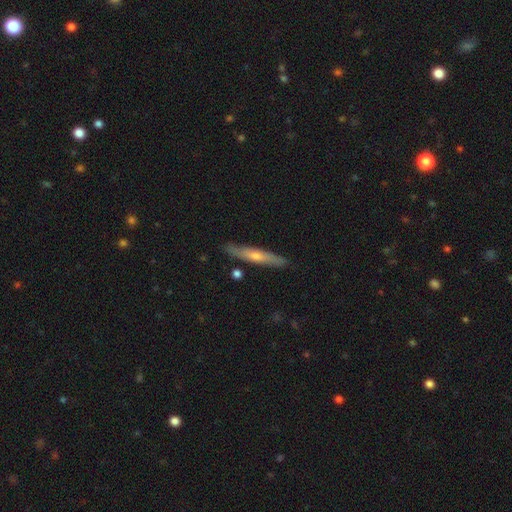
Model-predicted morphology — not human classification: type=featured or disk (48%); merging=none (86%).